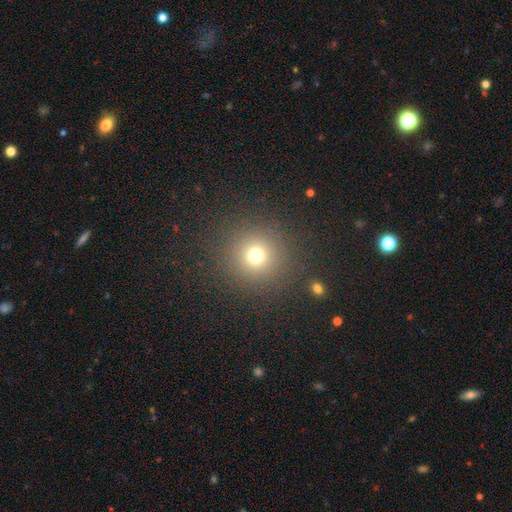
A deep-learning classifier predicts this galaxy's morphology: Smooth or featured?
  - smooth: 71% *
  - star or artifact: 20%
  - featured or disk: 9%
How rounded?
  - round: 94% *
  - in between: 6%
  - cigar-shaped: 1%
Merging?
  - none: 87% *
  - minor disturbance: 7%
  - major disturbance: 4%
  - merger: 2%